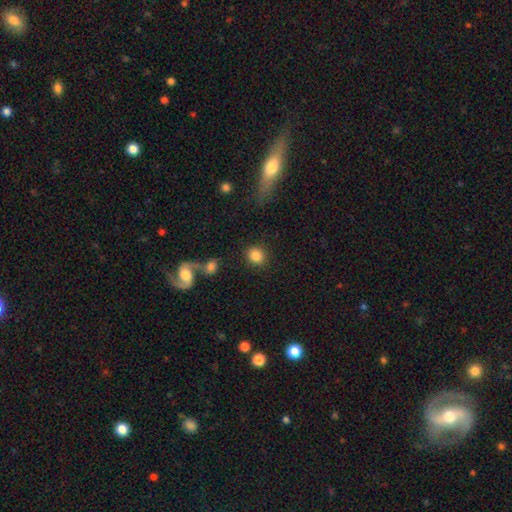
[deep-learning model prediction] Smooth or featured? smooth (85%)
How rounded? round (82%)
Merging? none (84%)